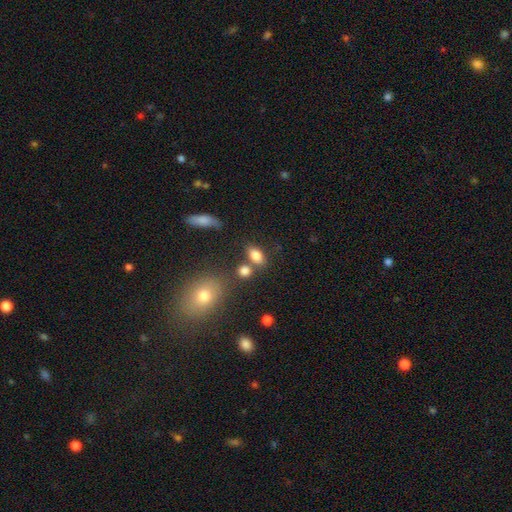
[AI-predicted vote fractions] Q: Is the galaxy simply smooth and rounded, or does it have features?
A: smooth — 80%.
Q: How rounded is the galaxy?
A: in between — 83%.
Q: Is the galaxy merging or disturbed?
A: none — 61%.